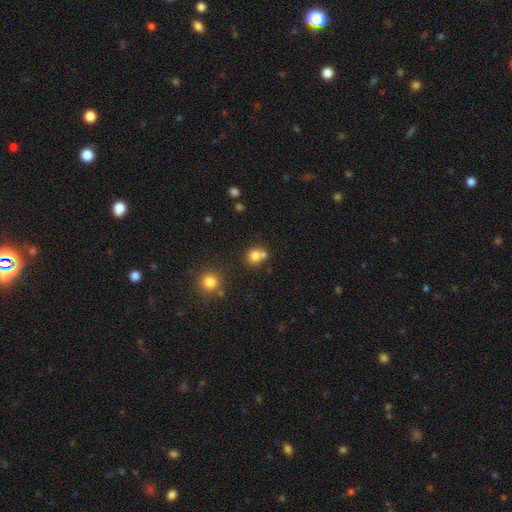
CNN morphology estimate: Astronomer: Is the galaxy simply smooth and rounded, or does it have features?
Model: smooth — 78%.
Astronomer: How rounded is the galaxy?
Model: round — 82%.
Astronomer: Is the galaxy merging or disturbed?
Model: none — 55% (runner-up: merger, 33%).